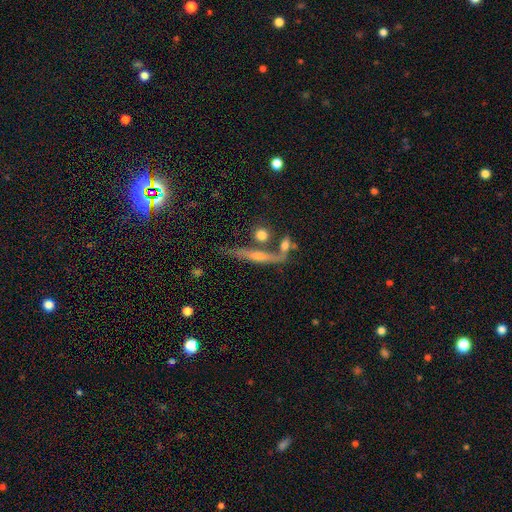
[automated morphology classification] smooth_or_featured: featured or disk (p=0.63) [alt: smooth p=0.21]
disk_edge_on: yes (p=0.90) [alt: no p=0.10]
edge_on_bulge: rounded (p=0.79) [alt: none p=0.14]
merging: none (p=0.63) [alt: merger p=0.18]